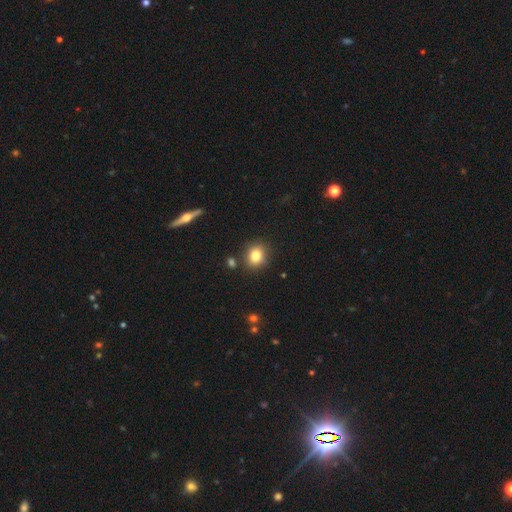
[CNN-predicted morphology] Overall: smooth (81%). How rounded: round (65%; in between 33%). Merging: none (83%).